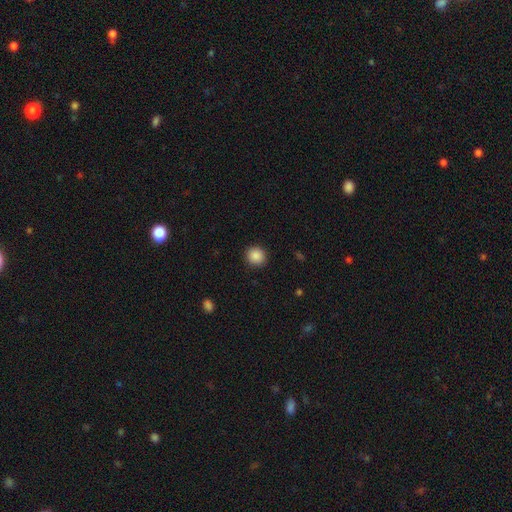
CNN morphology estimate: Smooth or featured? Predicted: smooth (p=0.88). How rounded? Predicted: round (p=0.88). Merging? Predicted: none (p=0.91).